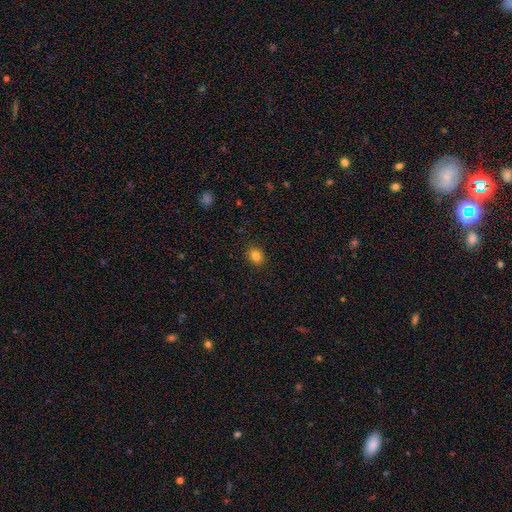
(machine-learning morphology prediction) A smooth galaxy with no disk features (83%) that is round (67%).

Vote fractions:
- Smooth or featured? smooth: 83% / star or artifact: 11% / featured or disk: 5%
- How rounded? round: 67% / in between: 32% / cigar-shaped: 1%
- Merging? none: 90% / minor disturbance: 7% / major disturbance: 2% / merger: 1%